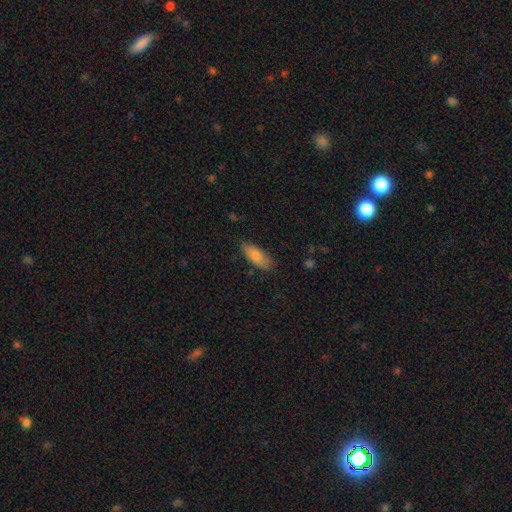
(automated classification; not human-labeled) The model was most divided on "how rounded": in between: 75%, cigar-shaped: 23%, round: 2%. More confident: smooth or featured — smooth (82%); merging — none (78%).